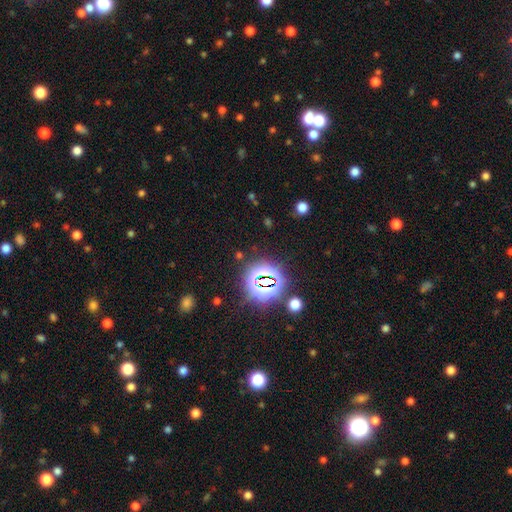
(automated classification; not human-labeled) A star or artifact, not a galaxy (83%).

Vote fractions:
- Smooth or featured? star or artifact: 83% / smooth: 10% / featured or disk: 7%